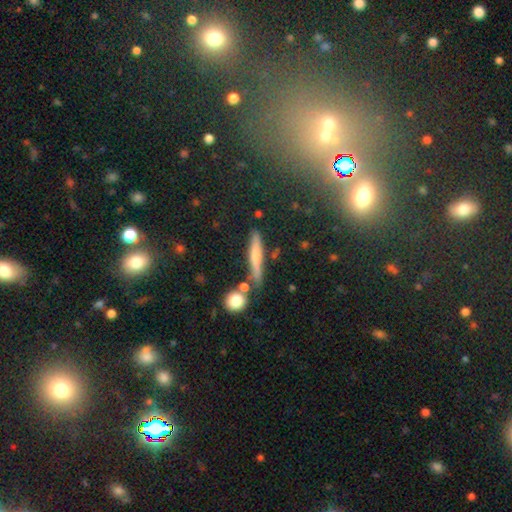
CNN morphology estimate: This appears to be a smooth galaxy with no disk features (60%) that is cigar-shaped (88%). Merging: none (75%).